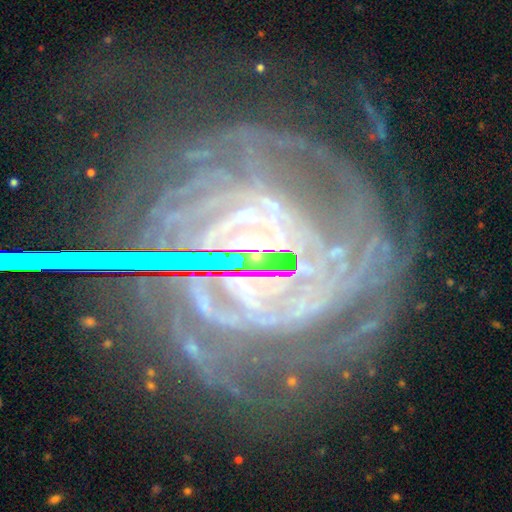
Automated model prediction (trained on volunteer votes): Smooth or featured?
  - featured or disk: 81% *
  - star or artifact: 13%
  - smooth: 6%
Edge-on disk?
  - no: 95% *
  - yes: 5%
Bar?
  - no: 42% *
  - strong: 30%
  - weak: 29%
Spiral arms?
  - yes: 92% *
  - no: 8%
Spiral winding?
  - tight: 71% *
  - medium: 22%
  - loose: 7%
Spiral arm count?
  - can't tell: 32% *
  - 2: 18%
  - 3: 15%
  - more than 4: 14%
  - 4: 12%
  - 1: 10%
Bulge size?
  - moderate: 37% *
  - small: 34%
  - large: 17%
  - none: 9%
  - dominant: 3%
Merging?
  - none: 59% *
  - major disturbance: 19%
  - minor disturbance: 18%
  - merger: 3%